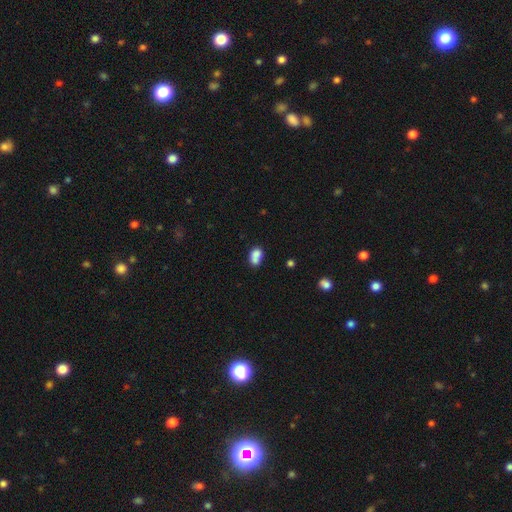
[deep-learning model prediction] Smooth or featured: smooth — 76% (featured or disk — 14%)
How rounded: in between — 68% (round — 31%)
Merging: merger — 49% (none — 31%)